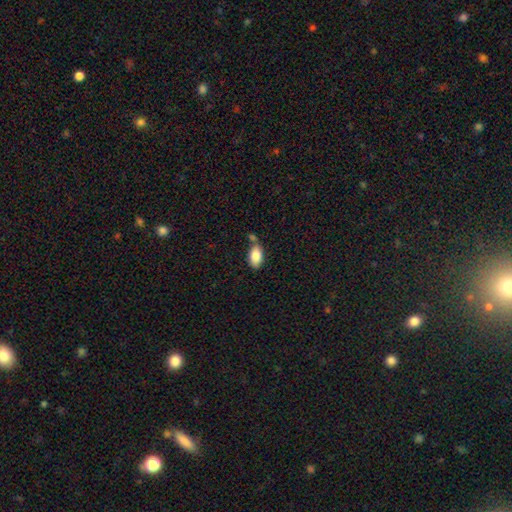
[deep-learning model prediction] Smooth or featured?
  - smooth: 85% *
  - featured or disk: 8%
  - star or artifact: 7%
How rounded?
  - in between: 93% *
  - round: 4%
  - cigar-shaped: 3%
Merging?
  - none: 61% *
  - merger: 18%
  - minor disturbance: 17%
  - major disturbance: 4%